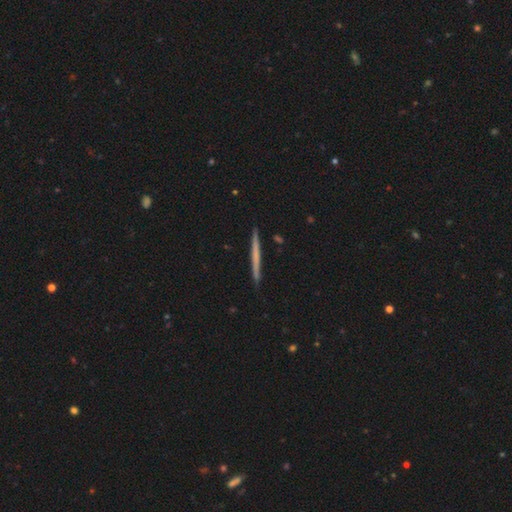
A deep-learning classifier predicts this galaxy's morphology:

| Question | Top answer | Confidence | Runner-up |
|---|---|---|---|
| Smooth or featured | smooth | 49% | featured or disk (45%) |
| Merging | none | 92% | minor disturbance (6%) |